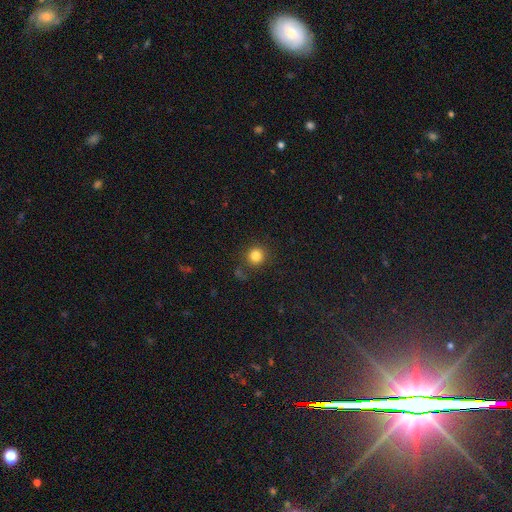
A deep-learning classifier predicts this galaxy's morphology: Smooth or featured? smooth (82%)
How rounded? round (93%)
Merging? none (84%)